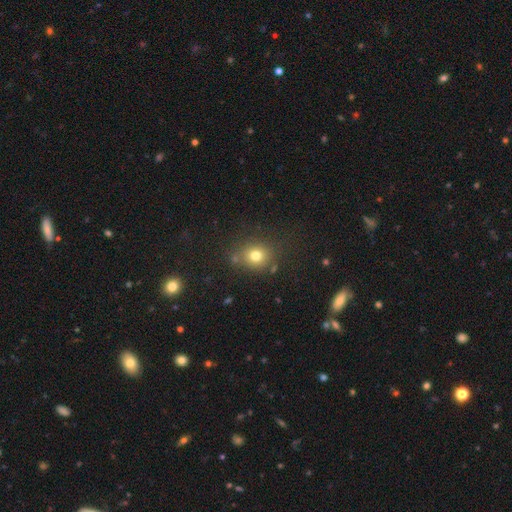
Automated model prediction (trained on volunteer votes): smooth 76%, star or artifact 16%, featured or disk 9%. Down the decision tree: how rounded — round (76%); merging — none (78%).